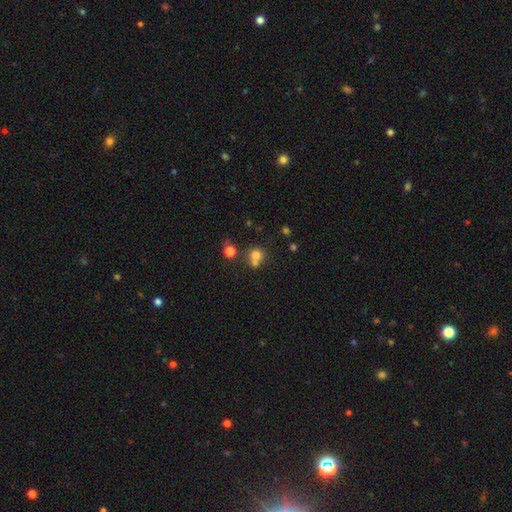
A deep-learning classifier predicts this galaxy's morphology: Q: Smooth or featured?
A: smooth (72%); runner-up: star or artifact (16%)
Q: How rounded?
A: round (84%); runner-up: in between (15%)
Q: Merging?
A: merger (45%); runner-up: none (44%)